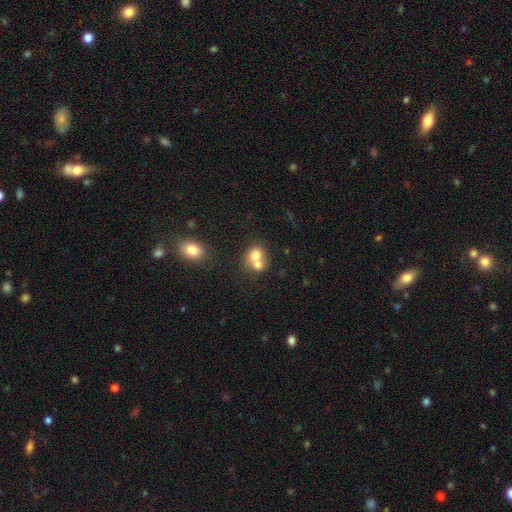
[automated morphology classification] Smooth or featured? smooth (71%)
How rounded? round (65%)
Merging? merger (66%)